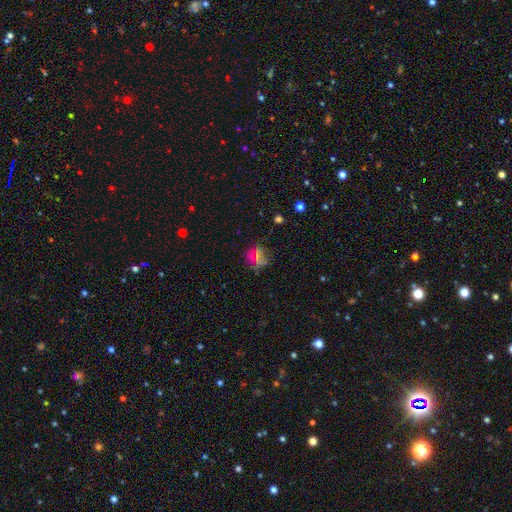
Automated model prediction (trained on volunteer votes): This appears to be a smooth galaxy with no disk features (39%). Merging: none (70%).